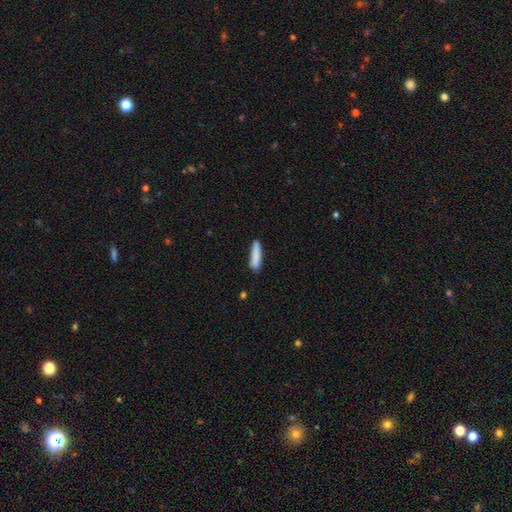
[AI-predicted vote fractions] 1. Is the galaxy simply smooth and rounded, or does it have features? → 86% smooth, 8% featured or disk, 6% star or artifact.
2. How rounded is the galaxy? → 83% cigar-shaped, 16% in between, 1% round.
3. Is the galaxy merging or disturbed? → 83% none, 13% minor disturbance, 2% major disturbance, 2% merger.